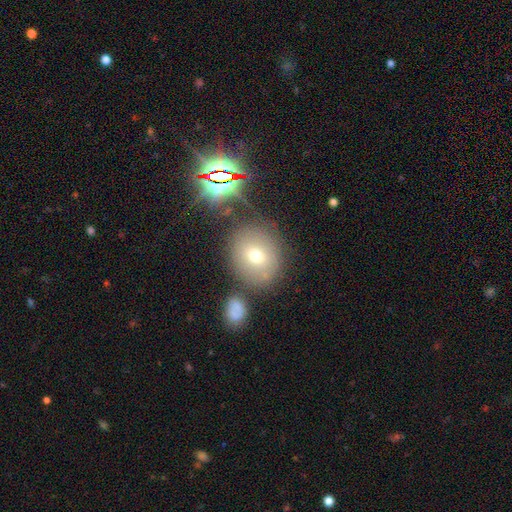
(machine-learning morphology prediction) A smooth galaxy with no disk features (64%) that is round (74%).

Vote fractions:
- Smooth or featured? smooth: 64% / star or artifact: 19% / featured or disk: 17%
- How rounded? round: 74% / in between: 25% / cigar-shaped: 1%
- Merging? none: 74% / minor disturbance: 13% / merger: 8% / major disturbance: 5%